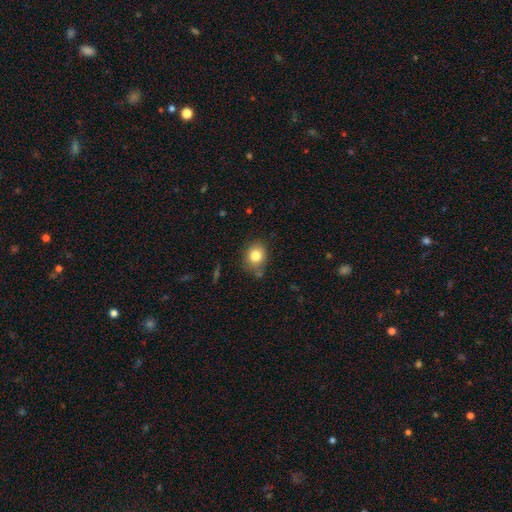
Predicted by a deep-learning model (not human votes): Morphology: type=smooth (82%); roundness=round (60%); merging=none (76%).